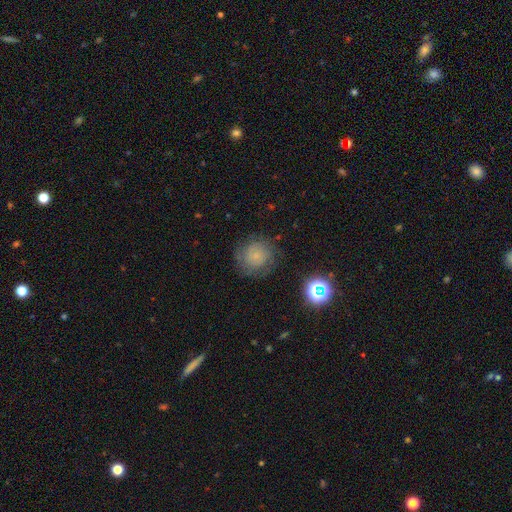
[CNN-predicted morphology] smooth_or_featured: smooth (p=0.59) [alt: featured or disk p=0.25]
how_rounded: round (p=0.89) [alt: in between p=0.10]
merging: none (p=0.75) [alt: minor disturbance p=0.16]